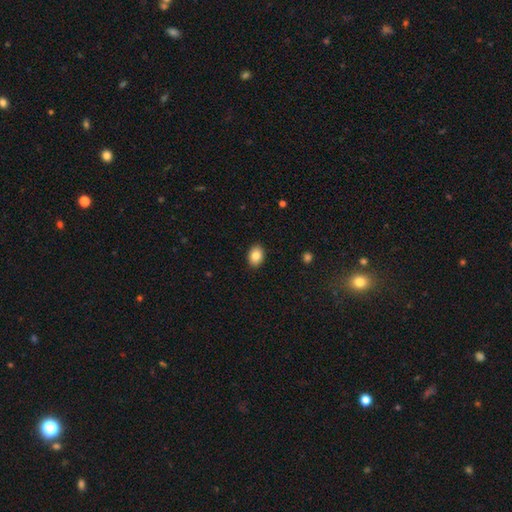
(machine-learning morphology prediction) Overall: smooth (85%). How rounded: in between (77%). Merging: none (90%).